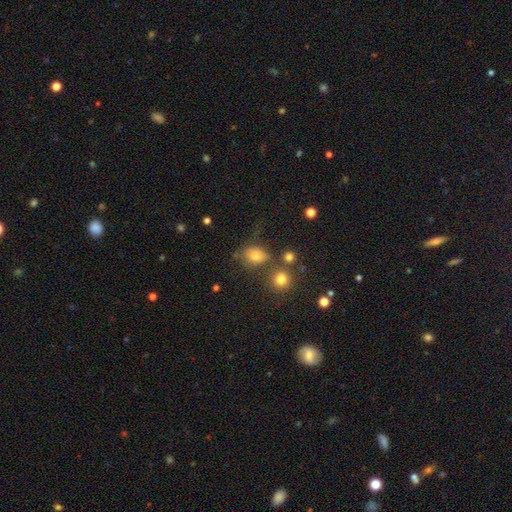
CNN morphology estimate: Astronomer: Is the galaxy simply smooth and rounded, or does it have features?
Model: smooth — 74%.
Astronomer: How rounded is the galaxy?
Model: in between — 51% (runner-up: round, 48%).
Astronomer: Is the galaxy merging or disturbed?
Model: none — 58%.